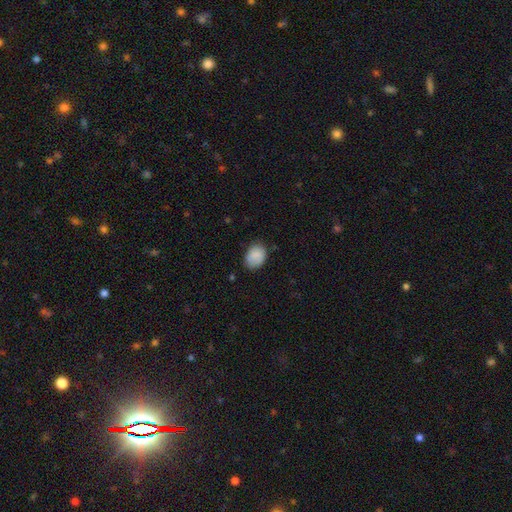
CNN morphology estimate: smooth-or-featured: smooth: 87% | star or artifact: 7% | featured or disk: 6%
  how-rounded: in between: 68% | round: 31% | cigar-shaped: 1%
  merging: none: 73% | minor disturbance: 21% | major disturbance: 4% | merger: 1%